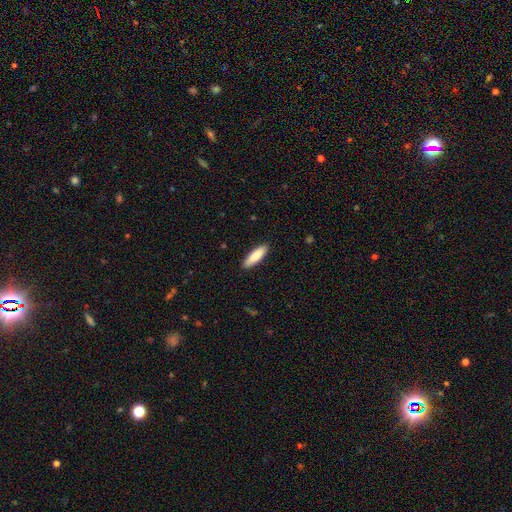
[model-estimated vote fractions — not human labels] Q: Smooth or featured?
A: smooth (84%); runner-up: featured or disk (10%)
Q: How rounded?
A: cigar-shaped (57%); runner-up: in between (41%)
Q: Merging?
A: none (89%); runner-up: minor disturbance (8%)